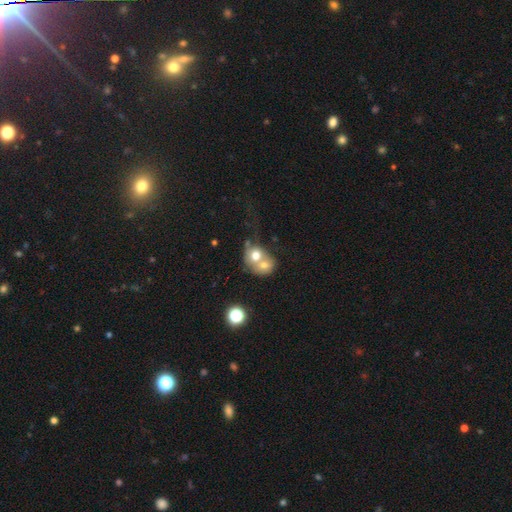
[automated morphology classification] The model was most divided on "how rounded": round: 64%, in between: 35%, cigar-shaped: 1%. More confident: merging — merger (74%); smooth or featured — smooth (63%).